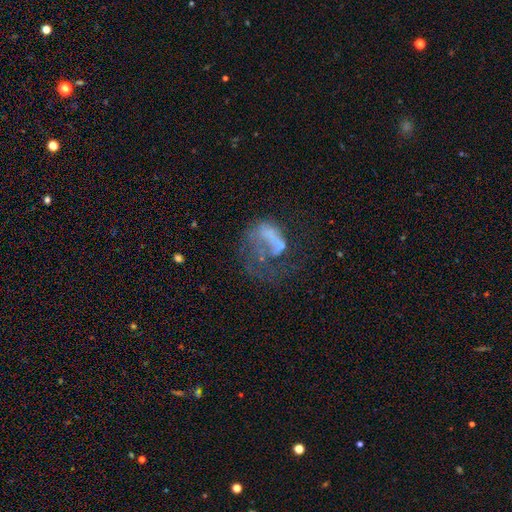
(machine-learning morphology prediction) The model was most divided on "merging": major disturbance: 48%, none: 30%, minor disturbance: 14%, merger: 8%. More confident: edge-on disk — no (97%); bar — no (76%); spiral arms — no (67%); bulge size — none (62%); smooth or featured — featured or disk (53%).